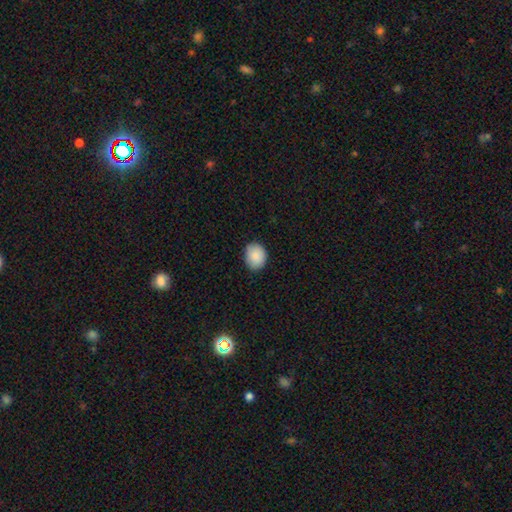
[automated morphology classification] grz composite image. It shows a smooth galaxy with no disk features (88%) that is round (55%). Merging: none (83%).